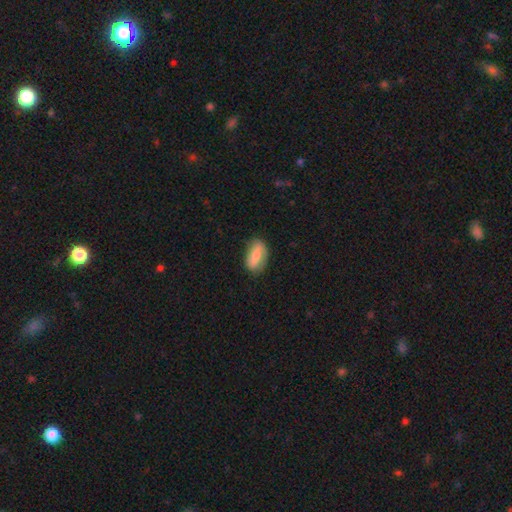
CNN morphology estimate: This is likely a smooth galaxy (73%). How rounded: clearly in between (85%). Merging: likely none (76%).